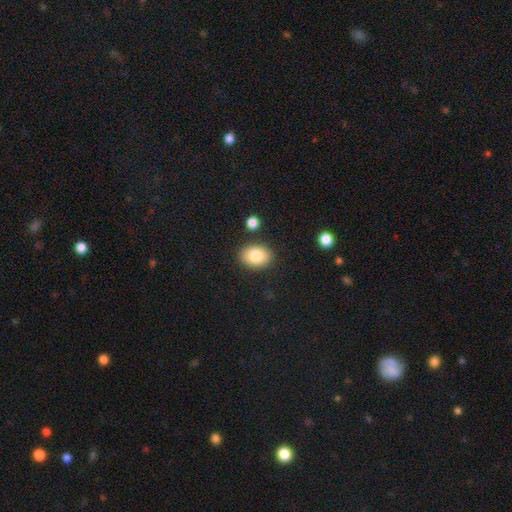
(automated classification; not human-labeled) A smooth galaxy with no disk features (83%) that is in between round and cigar-shaped (74%). Merging: none (85%).